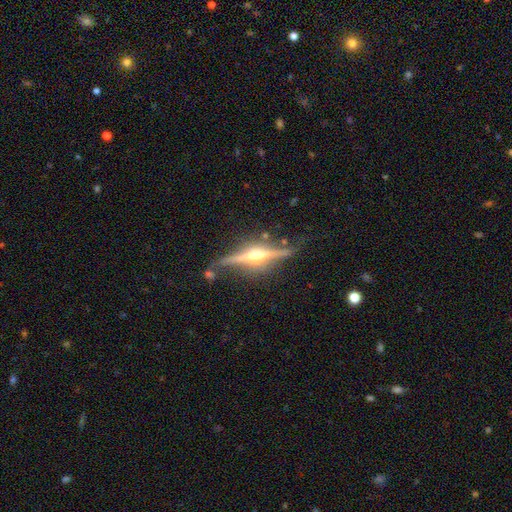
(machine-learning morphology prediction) Smooth or featured? Predicted: featured or disk (p=0.86). Edge-on disk? Predicted: yes (p=0.97). Edge-on bulge? Predicted: rounded (p=0.92). Merging? Predicted: none (p=0.79).